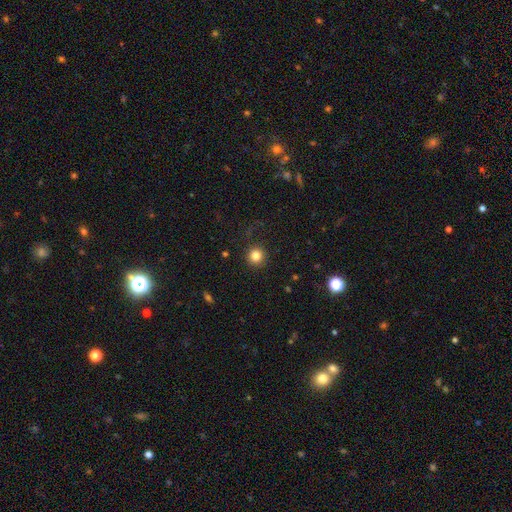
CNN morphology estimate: The model was most divided on "smooth or featured": smooth: 83%, star or artifact: 12%, featured or disk: 5%. More confident: how rounded — round (94%); merging — none (87%).